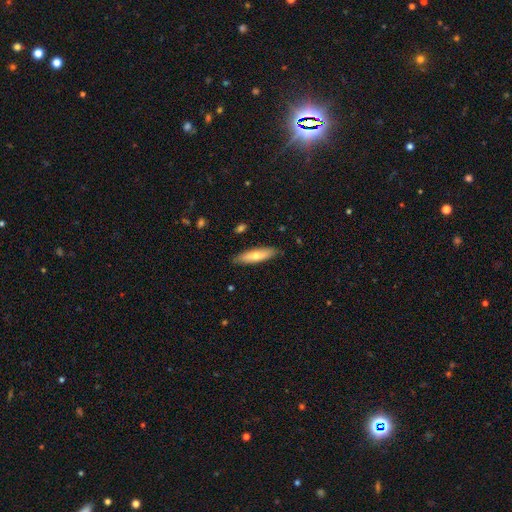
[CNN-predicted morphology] smooth 64%, featured or disk 30%, star or artifact 6%. Down the decision tree: how rounded — cigar-shaped (70%); merging — none (87%).